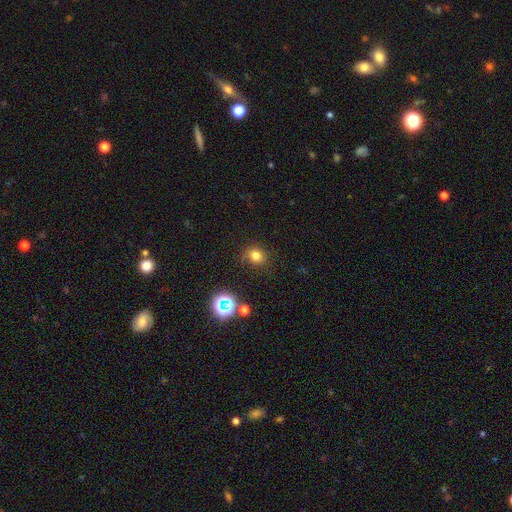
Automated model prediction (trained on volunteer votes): A smooth galaxy with no disk features (75%) that is round (76%).

Vote fractions:
- Smooth or featured? smooth: 75% / star or artifact: 18% / featured or disk: 6%
- How rounded? round: 76% / in between: 23% / cigar-shaped: 1%
- Merging? none: 82% / minor disturbance: 12% / major disturbance: 4% / merger: 2%